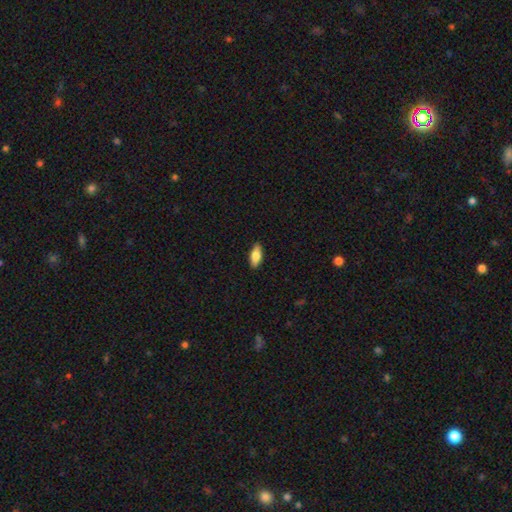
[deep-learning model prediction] Smooth or featured?
  - smooth: 79% *
  - featured or disk: 14%
  - star or artifact: 6%
How rounded?
  - in between: 82% *
  - cigar-shaped: 16%
  - round: 2%
Merging?
  - none: 88% *
  - minor disturbance: 10%
  - major disturbance: 2%
  - merger: 1%